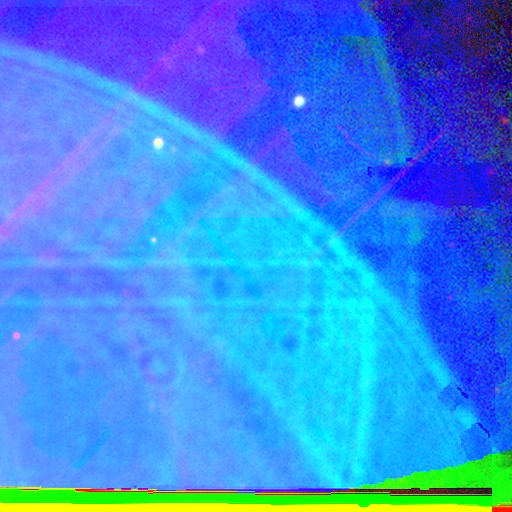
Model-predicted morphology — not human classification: This appears to be a star or artifact, not a galaxy (88%).